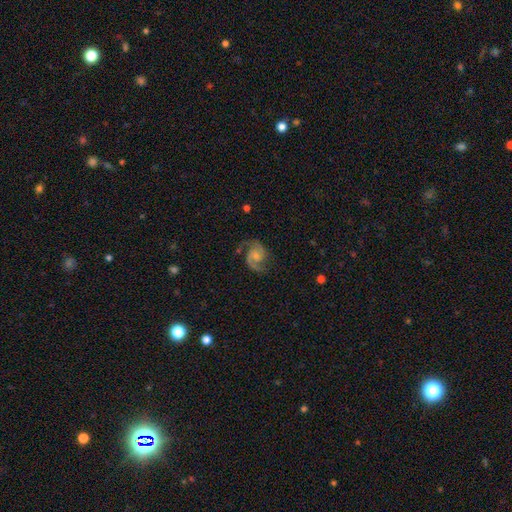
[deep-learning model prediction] Q: Smooth or featured?
A: featured or disk (90%); runner-up: smooth (5%)
Q: Edge-on disk?
A: no (98%); runner-up: yes (2%)
Q: Bar?
A: no (51%); runner-up: weak (41%)
Q: Spiral arms?
A: yes (98%); runner-up: no (2%)
Q: Spiral winding?
A: medium (61%); runner-up: tight (21%)
Q: Spiral arm count?
A: 2 (94%); runner-up: can't tell (2%)
Q: Bulge size?
A: moderate (34%); tied with: small (34%)
Q: Merging?
A: none (79%); runner-up: minor disturbance (14%)